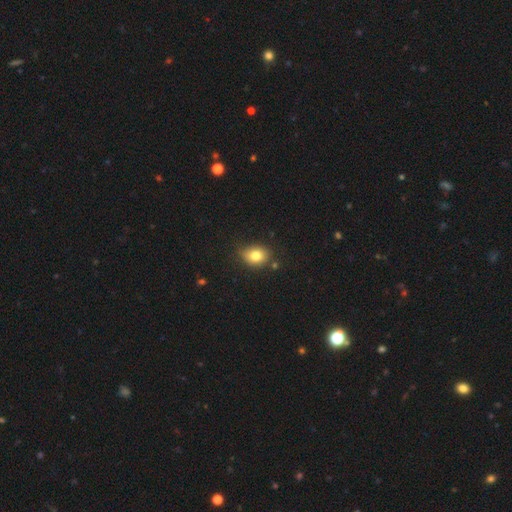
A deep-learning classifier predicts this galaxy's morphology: This appears to be a smooth galaxy with no disk features (80%) that is in between round and cigar-shaped (55%). Merging: none (73%).